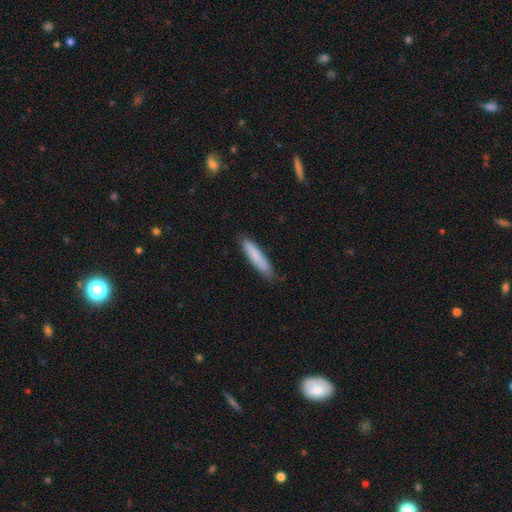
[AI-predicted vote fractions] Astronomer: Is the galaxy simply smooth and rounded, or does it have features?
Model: smooth — 83%.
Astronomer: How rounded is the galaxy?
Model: cigar-shaped — 84%.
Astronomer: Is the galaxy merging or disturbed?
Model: none — 82%.